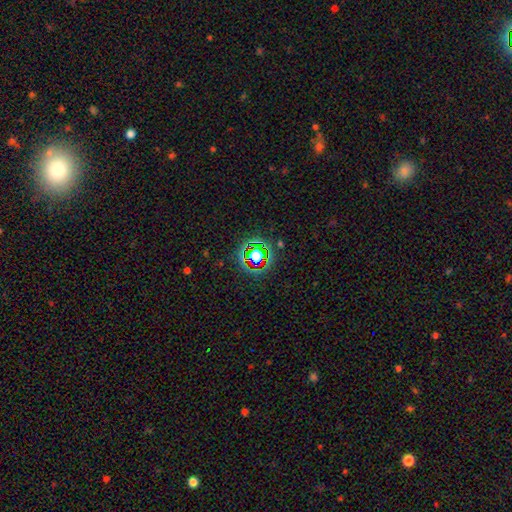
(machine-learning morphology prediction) The model was most divided on "smooth or featured": star or artifact: 64%, smooth: 23%, featured or disk: 13%.